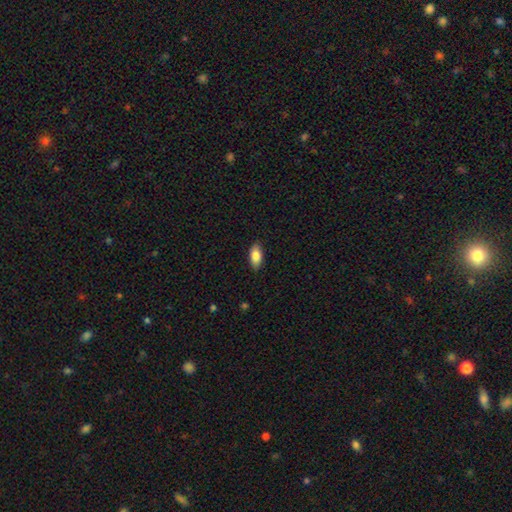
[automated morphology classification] The model was most divided on "smooth or featured": smooth: 84%, featured or disk: 10%, star or artifact: 7%. More confident: how rounded — in between (89%); merging — none (87%).